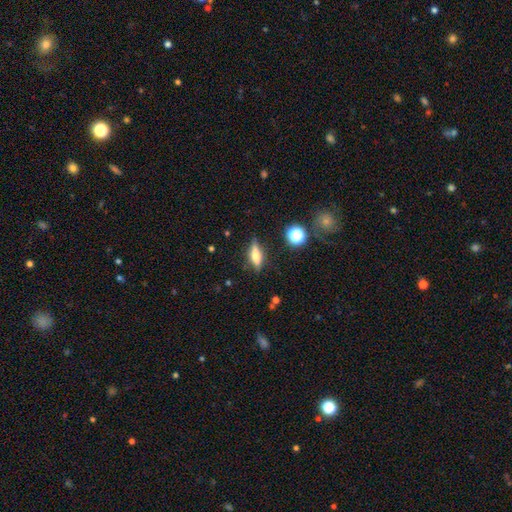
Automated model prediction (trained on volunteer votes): Overall: smooth (46%; featured or disk 43%). Merging: none (81%).